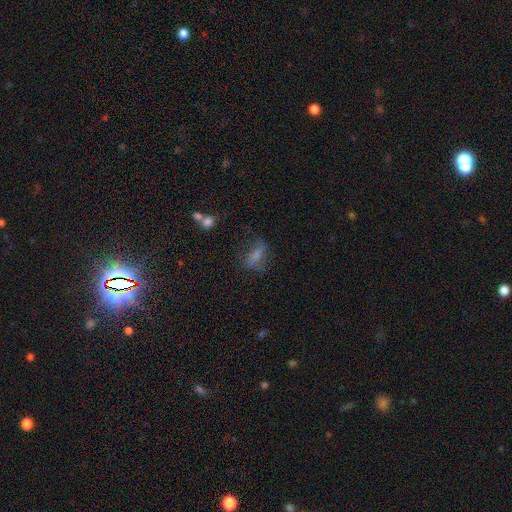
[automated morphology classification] type=smooth (67%); roundness=in between (75%); merging=none (50%).